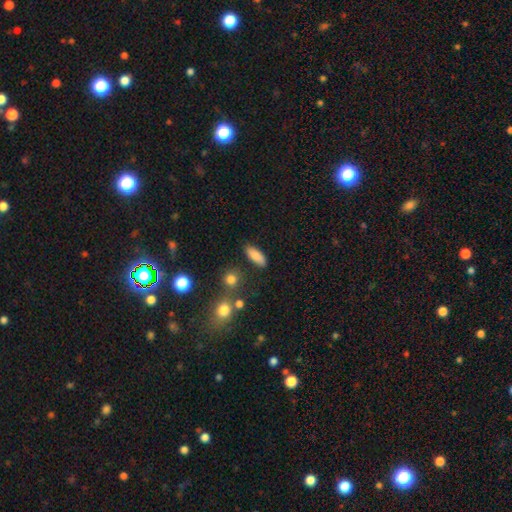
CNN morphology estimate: Smooth or featured?
  - smooth: 84% *
  - star or artifact: 8%
  - featured or disk: 8%
How rounded?
  - in between: 68% *
  - cigar-shaped: 29%
  - round: 4%
Merging?
  - none: 82% *
  - minor disturbance: 11%
  - merger: 4%
  - major disturbance: 3%